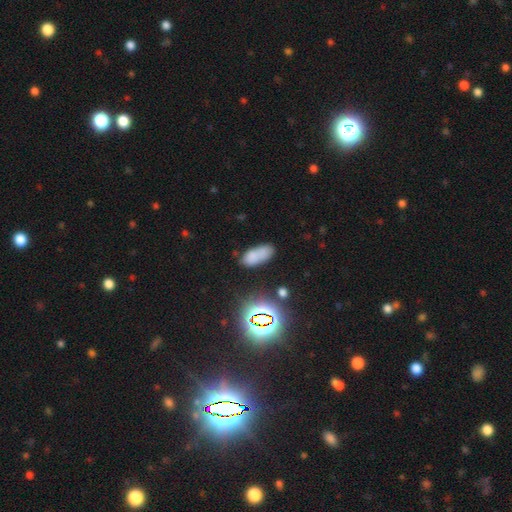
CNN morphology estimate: smooth-or-featured: smooth: 72% | star or artifact: 16% | featured or disk: 12%
  how-rounded: in between: 86% | cigar-shaped: 10% | round: 4%
  merging: none: 54% | minor disturbance: 22% | merger: 15% | major disturbance: 10%